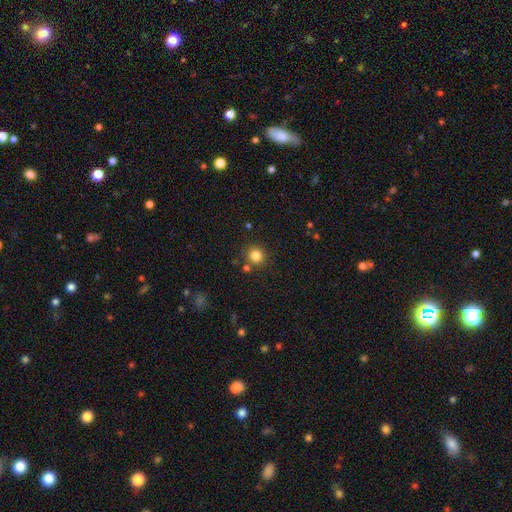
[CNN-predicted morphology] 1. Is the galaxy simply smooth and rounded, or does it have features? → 82% smooth, 12% star or artifact, 5% featured or disk.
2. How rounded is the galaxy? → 91% round, 8% in between, 1% cigar-shaped.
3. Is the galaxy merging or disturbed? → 82% none, 9% minor disturbance, 6% merger, 3% major disturbance.